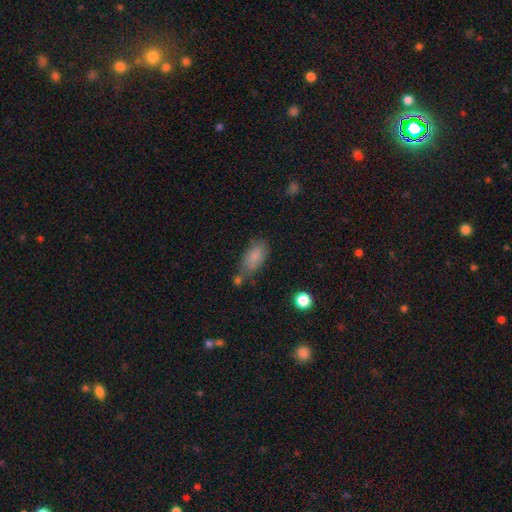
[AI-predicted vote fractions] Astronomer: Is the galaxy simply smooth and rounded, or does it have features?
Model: smooth — 84%.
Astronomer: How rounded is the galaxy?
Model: in between — 90%.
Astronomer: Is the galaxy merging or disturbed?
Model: none — 59%.